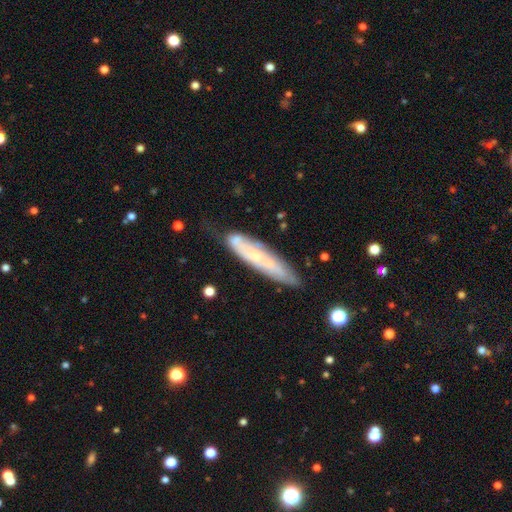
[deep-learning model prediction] Smooth or featured: featured or disk — 58% (smooth — 35%)
Edge-on disk: no — 61% (yes — 39%)
Merging: none — 67% (minor disturbance — 22%)